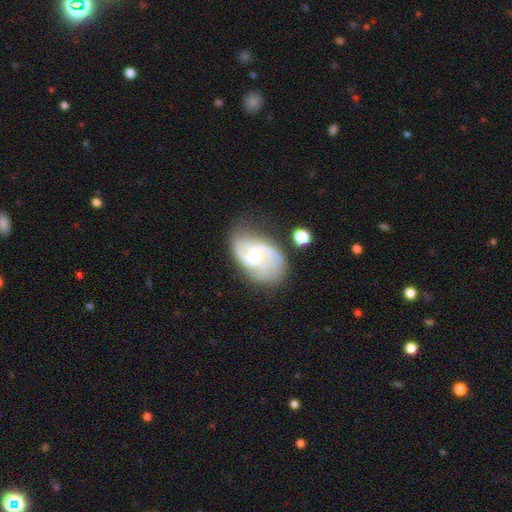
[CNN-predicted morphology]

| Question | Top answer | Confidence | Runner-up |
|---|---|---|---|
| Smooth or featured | featured or disk | 81% | smooth (13%) |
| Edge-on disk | no | 97% | yes (3%) |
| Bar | no | 54% | weak (40%) |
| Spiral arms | yes | 94% | no (6%) |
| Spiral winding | medium | 47% | loose (30%) |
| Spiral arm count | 2 | 52% | 3 (21%) |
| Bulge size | moderate | 52% | small (42%) |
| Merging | none | 57% | minor disturbance (25%) |